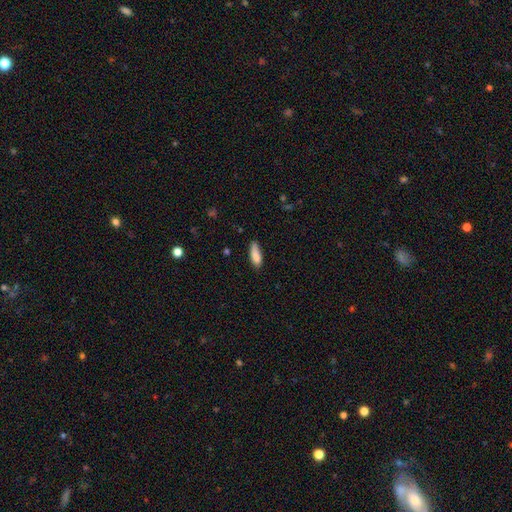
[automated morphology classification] Q: Smooth or featured?
A: smooth (85%); runner-up: featured or disk (8%)
Q: How rounded?
A: in between (54%); runner-up: cigar-shaped (44%)
Q: Merging?
A: none (69%); runner-up: minor disturbance (25%)